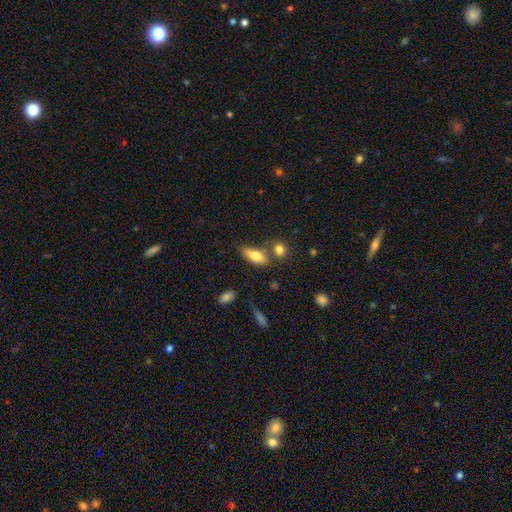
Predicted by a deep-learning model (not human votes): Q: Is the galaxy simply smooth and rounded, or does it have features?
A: smooth — 77%.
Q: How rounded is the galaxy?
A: in between — 72%.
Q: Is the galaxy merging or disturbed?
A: none — 52%.